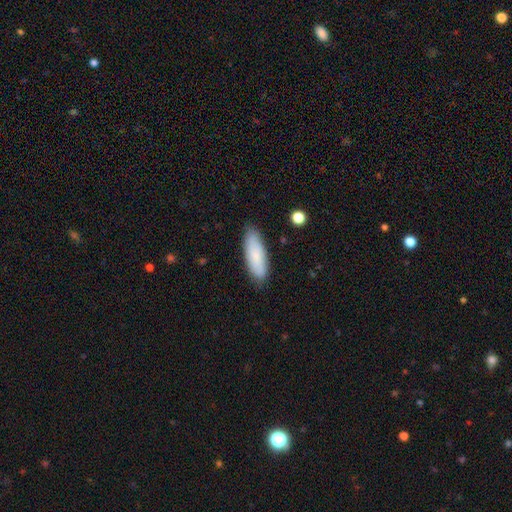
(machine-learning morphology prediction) type=smooth (81%); roundness=in between (56%); merging=none (84%).